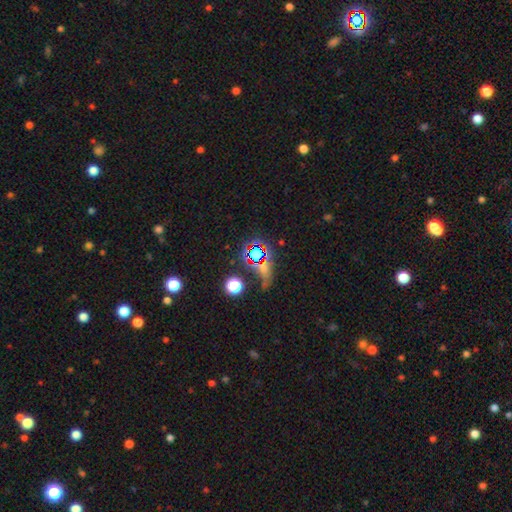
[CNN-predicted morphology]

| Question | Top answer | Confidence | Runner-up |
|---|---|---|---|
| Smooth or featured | star or artifact | 61% | smooth (25%) |